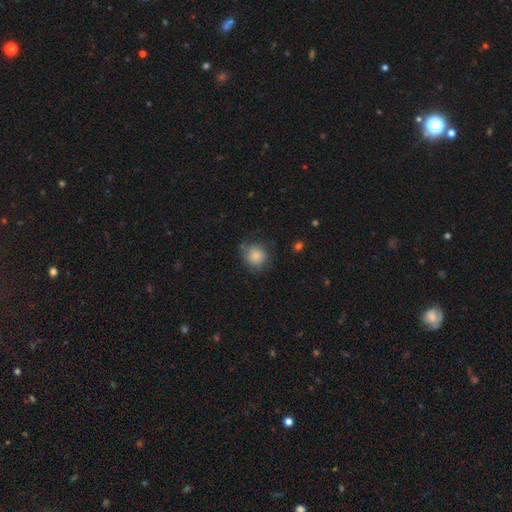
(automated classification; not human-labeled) A smooth galaxy with no disk features (83%) that is round (86%). Merging: none (70%).